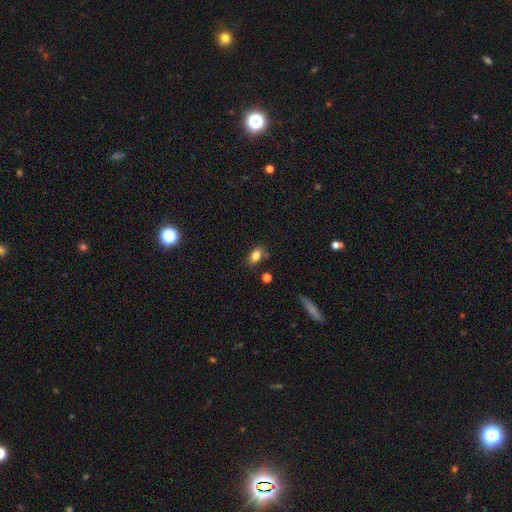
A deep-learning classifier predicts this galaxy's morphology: Smooth or featured?
  - smooth: 81% *
  - star or artifact: 10%
  - featured or disk: 9%
How rounded?
  - in between: 85% *
  - round: 11%
  - cigar-shaped: 4%
Merging?
  - none: 78% *
  - minor disturbance: 14%
  - merger: 6%
  - major disturbance: 3%